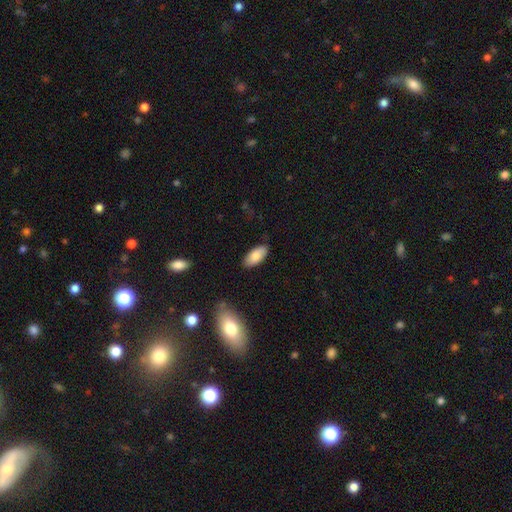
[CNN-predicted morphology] A smooth galaxy with no disk features (80%) that is in between round and cigar-shaped (91%).

Vote fractions:
- Smooth or featured? smooth: 80% / featured or disk: 13% / star or artifact: 6%
- How rounded? in between: 91% / cigar-shaped: 7% / round: 2%
- Merging? none: 85% / minor disturbance: 11% / major disturbance: 2% / merger: 1%